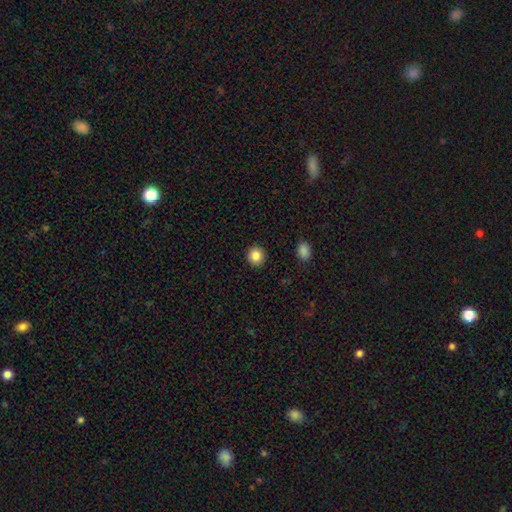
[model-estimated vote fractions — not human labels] Smooth or featured? Predicted: smooth (p=0.85). How rounded? Predicted: round (p=0.90). Merging? Predicted: none (p=0.92).